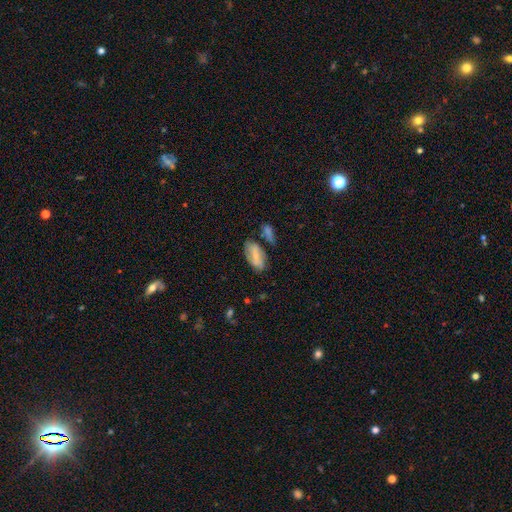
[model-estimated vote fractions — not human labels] smooth 56%, featured or disk 37%, star or artifact 7%. Down the decision tree: how rounded — in between (90%); merging — none (57%).